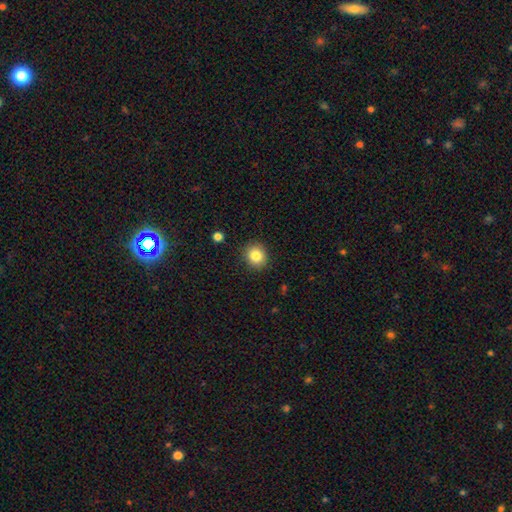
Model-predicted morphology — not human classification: Overall: smooth (84%). How rounded: round (82%). Merging: none (89%).